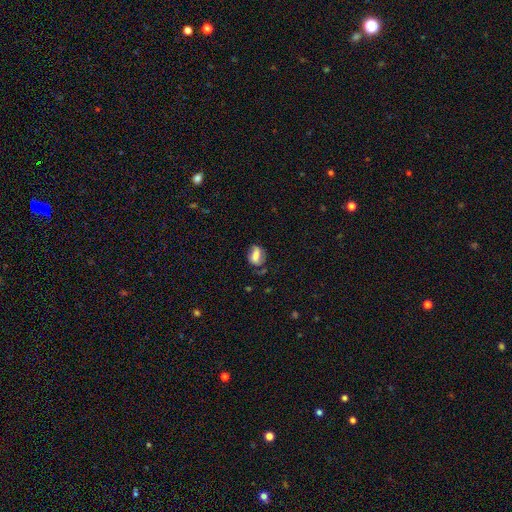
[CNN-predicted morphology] A smooth galaxy with no disk features (62%) that is in between round and cigar-shaped (76%). Merging: none (50%).